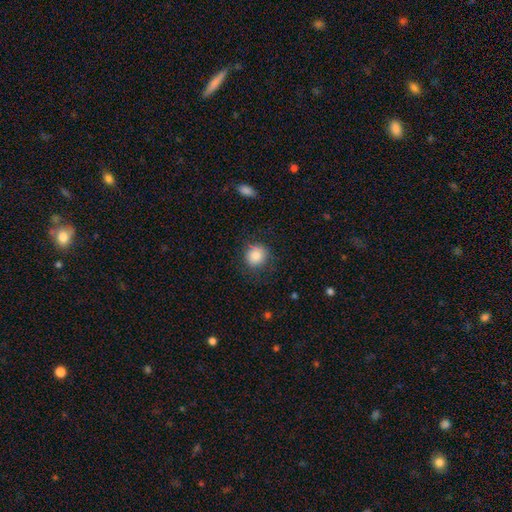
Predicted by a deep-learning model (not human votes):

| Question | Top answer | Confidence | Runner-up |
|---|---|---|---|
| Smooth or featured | smooth | 86% | star or artifact (9%) |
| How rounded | round | 87% | in between (12%) |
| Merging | none | 79% | minor disturbance (15%) |